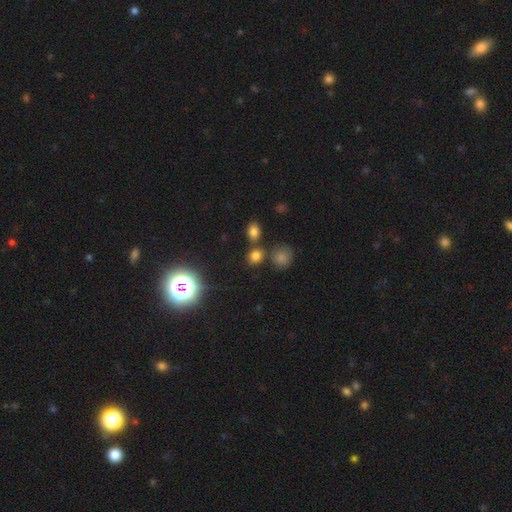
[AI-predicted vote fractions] Q: Smooth or featured?
A: smooth (74%); runner-up: star or artifact (20%)
Q: How rounded?
A: round (66%); runner-up: in between (33%)
Q: Merging?
A: none (73%); runner-up: merger (14%)